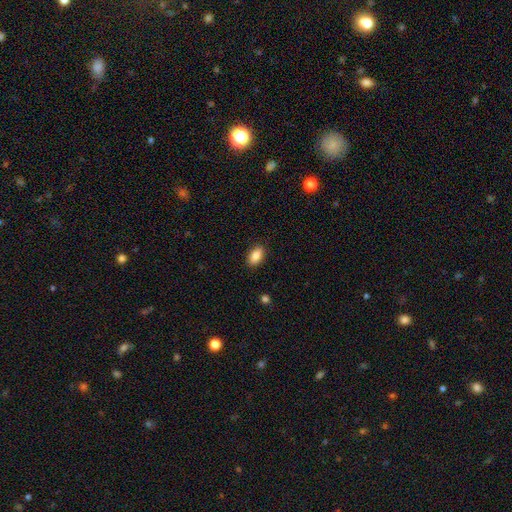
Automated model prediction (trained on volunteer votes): Smooth or featured? Predicted: smooth (p=0.87). How rounded? Predicted: in between (p=0.91). Merging? Predicted: none (p=0.88).